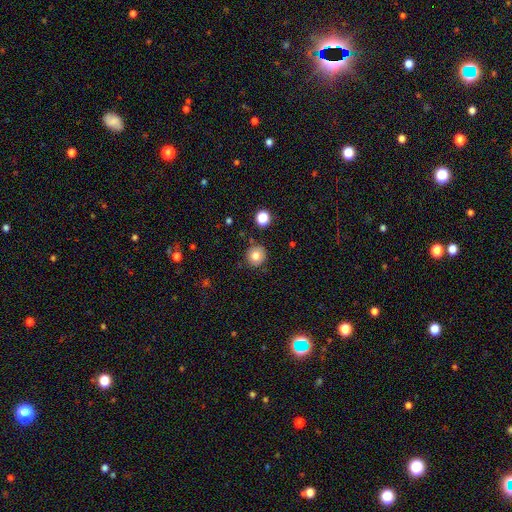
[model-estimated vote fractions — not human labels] Smooth or featured: smooth — 79% (star or artifact — 11%)
How rounded: round — 91% (in between — 8%)
Merging: none — 86% (minor disturbance — 9%)